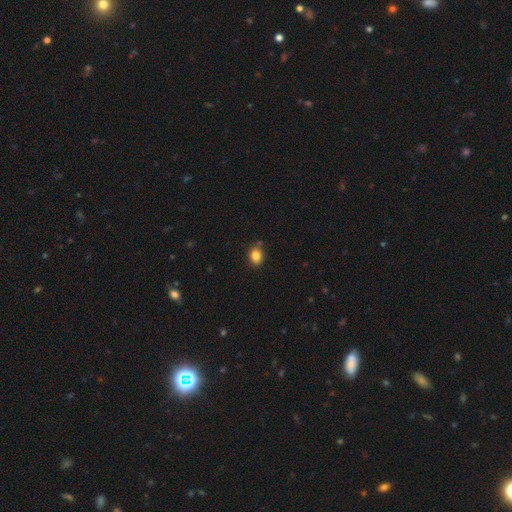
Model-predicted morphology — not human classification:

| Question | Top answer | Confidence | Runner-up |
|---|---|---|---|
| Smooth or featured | smooth | 84% | star or artifact (10%) |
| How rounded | in between | 51% | round (48%) |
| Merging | none | 80% | minor disturbance (13%) |